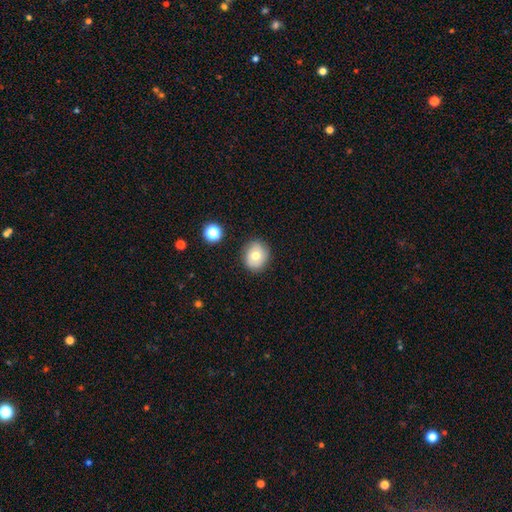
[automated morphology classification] The model was most divided on "how rounded": round: 70%, in between: 29%, cigar-shaped: 1%. More confident: merging — none (85%); smooth or featured — smooth (69%).